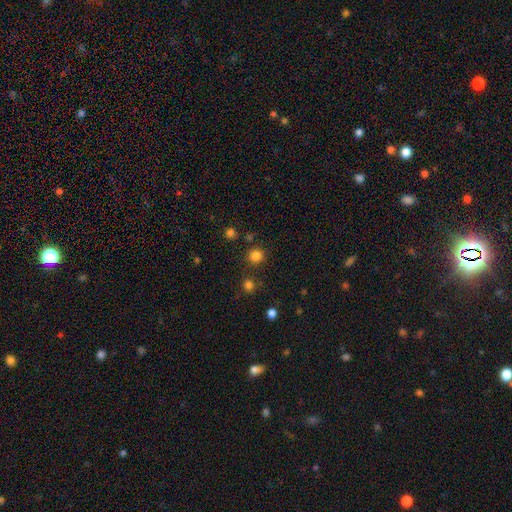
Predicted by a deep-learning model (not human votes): The model was most divided on "smooth or featured": smooth: 81%, star or artifact: 15%, featured or disk: 4%. More confident: how rounded — round (92%); merging — none (85%).